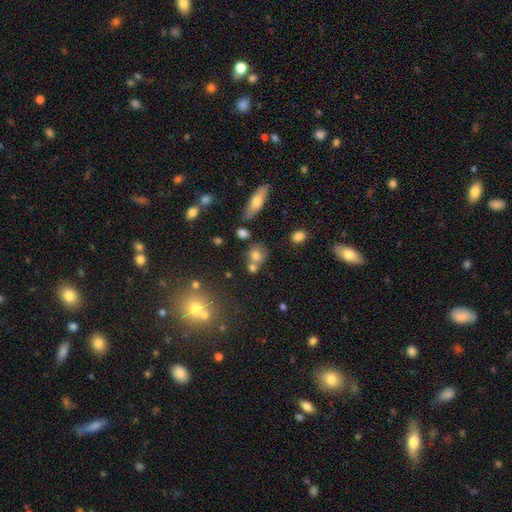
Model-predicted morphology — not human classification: smooth-or-featured: smooth: 71% | star or artifact: 15% | featured or disk: 15%
  how-rounded: round: 61% | in between: 36% | cigar-shaped: 3%
  merging: none: 48% | merger: 35% | minor disturbance: 13% | major disturbance: 5%